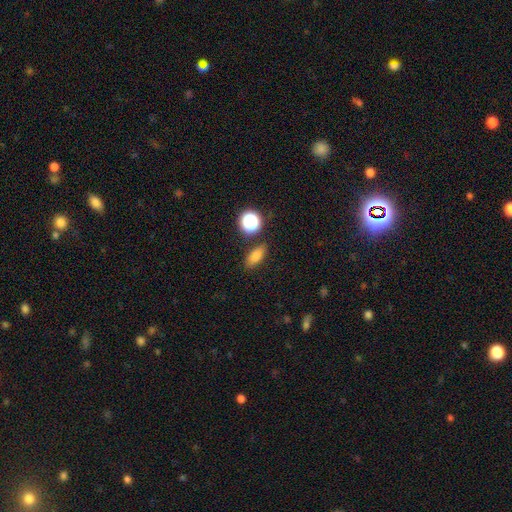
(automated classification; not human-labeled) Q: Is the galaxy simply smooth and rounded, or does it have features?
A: smooth — 79%.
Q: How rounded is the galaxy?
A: in between — 74%.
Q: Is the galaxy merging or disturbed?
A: none — 83%.